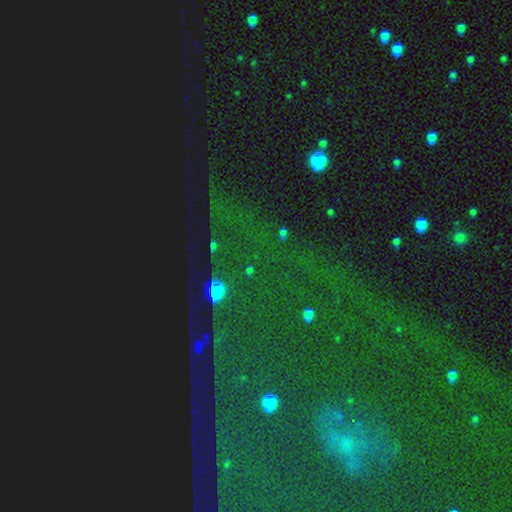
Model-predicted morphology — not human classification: Smooth or featured? Predicted: star or artifact (p=0.77).